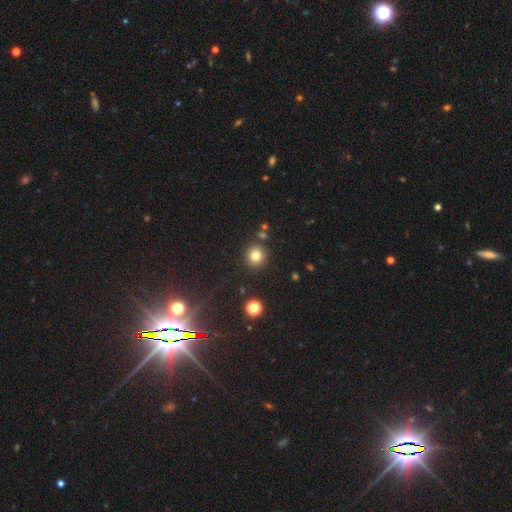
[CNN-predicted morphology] The model was most divided on "smooth or featured": smooth: 79%, star or artifact: 14%, featured or disk: 7%. More confident: how rounded — round (91%); merging — none (86%).